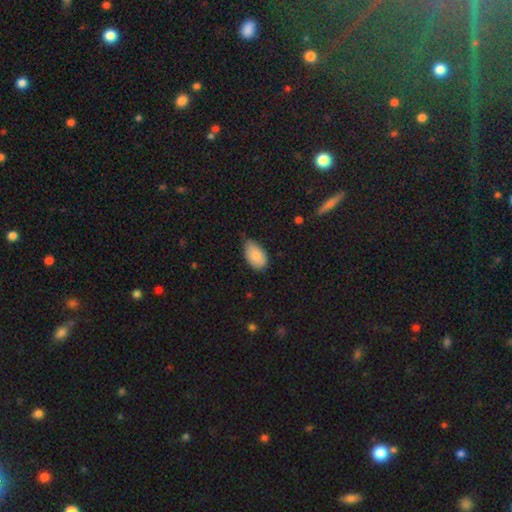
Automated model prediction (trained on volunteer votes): A smooth galaxy with no disk features (85%) that is in between round and cigar-shaped (93%). Merging: none (59%).